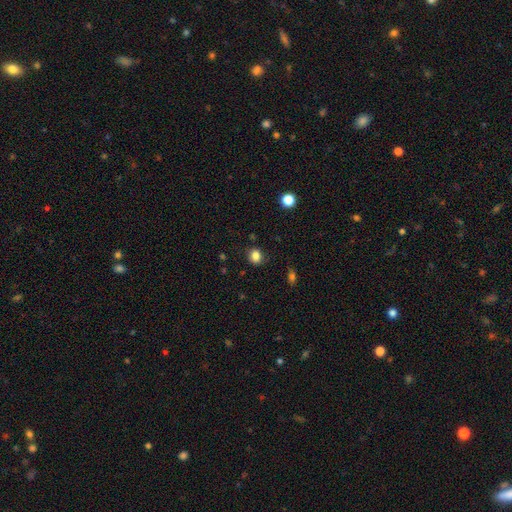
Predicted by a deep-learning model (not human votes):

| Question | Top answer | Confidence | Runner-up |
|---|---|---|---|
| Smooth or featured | smooth | 83% | star or artifact (11%) |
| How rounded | round | 67% | in between (32%) |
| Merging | none | 82% | minor disturbance (14%) |